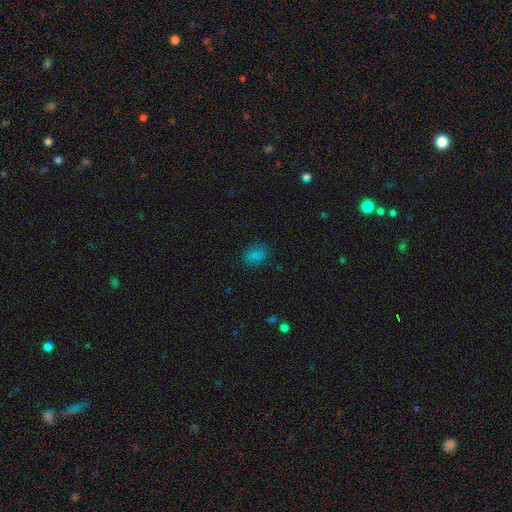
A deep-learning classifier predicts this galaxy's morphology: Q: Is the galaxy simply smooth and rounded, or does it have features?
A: smooth — 78%.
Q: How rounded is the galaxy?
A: in between — 79%.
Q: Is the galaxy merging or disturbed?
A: none — 77%.